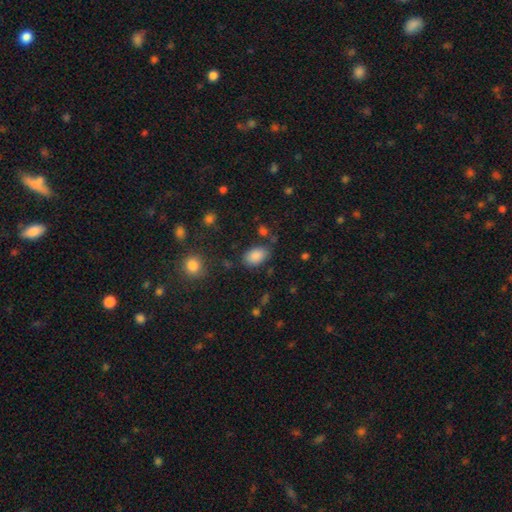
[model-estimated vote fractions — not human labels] Morphology: type=smooth (87%); roundness=in between (88%); merging=none (76%).